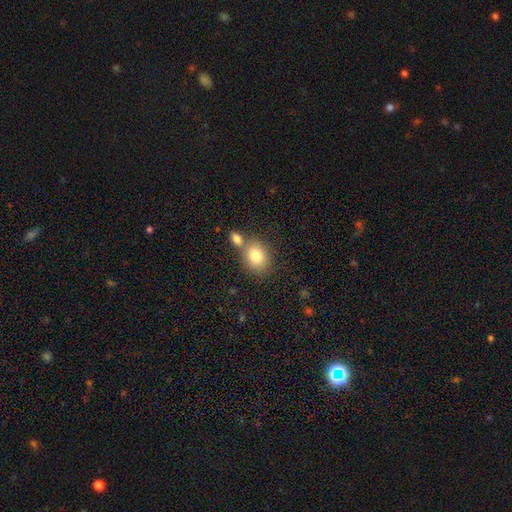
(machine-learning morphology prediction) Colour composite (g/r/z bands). It shows a smooth galaxy with no disk features (80%) that is round (54%). Merging: none (55%).